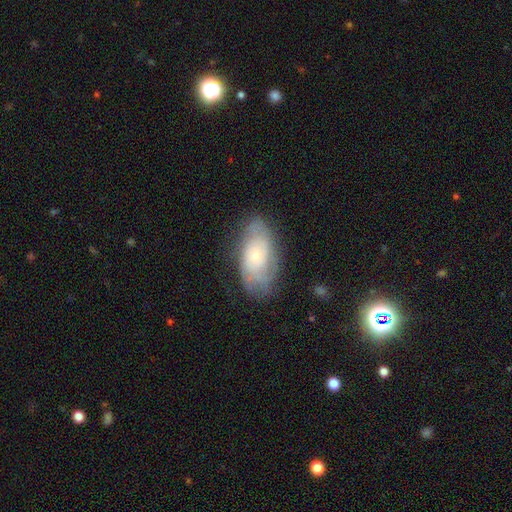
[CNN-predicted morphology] Smooth or featured? featured or disk (61%)
Edge-on disk? no (93%)
Bar? no (80%)
Spiral arms? yes (81%)
Bulge size? small (73%)
Merging? none (70%)